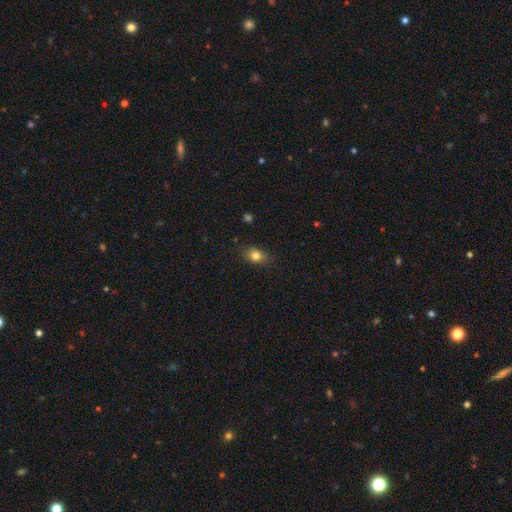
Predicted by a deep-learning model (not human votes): smooth 80%, star or artifact 11%, featured or disk 10%. Down the decision tree: how rounded — in between (68%); merging — none (79%).